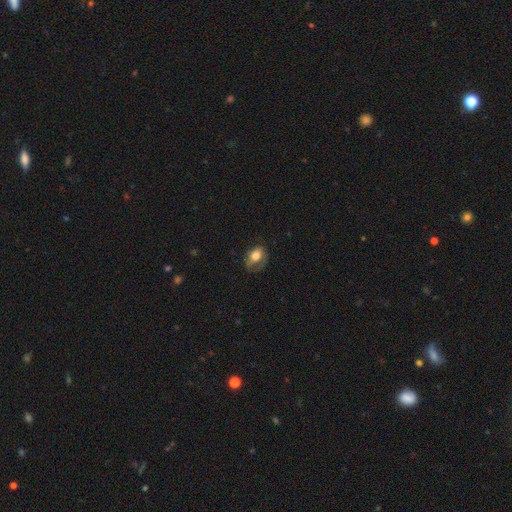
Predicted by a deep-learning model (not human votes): smooth-or-featured: smooth: 70% | featured or disk: 22% | star or artifact: 8%
  how-rounded: in between: 65% | round: 34% | cigar-shaped: 1%
  merging: none: 46% | minor disturbance: 30% | major disturbance: 22% | merger: 2%